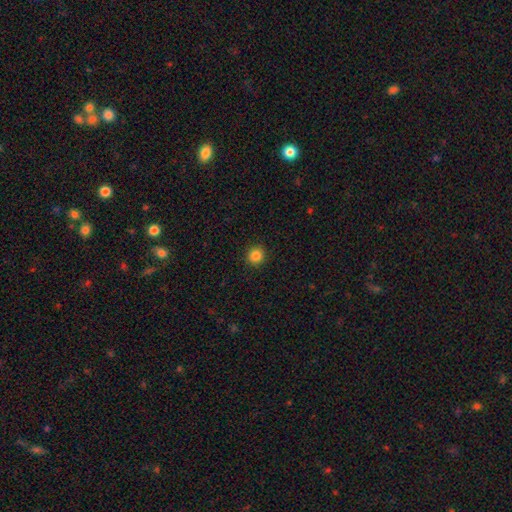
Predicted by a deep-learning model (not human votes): Smooth or featured? smooth (85%)
How rounded? round (91%)
Merging? none (92%)